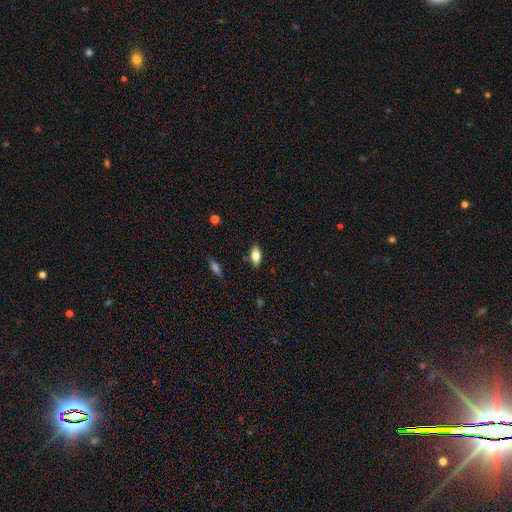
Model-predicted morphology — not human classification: Overall: smooth (70%). How rounded: in between (84%). Merging: none (86%).